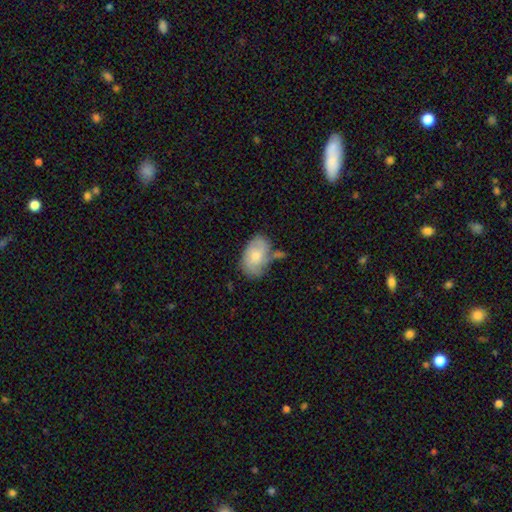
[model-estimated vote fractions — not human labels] Morphology: type=smooth (54%); roundness=in between (87%); merging=none (48%).